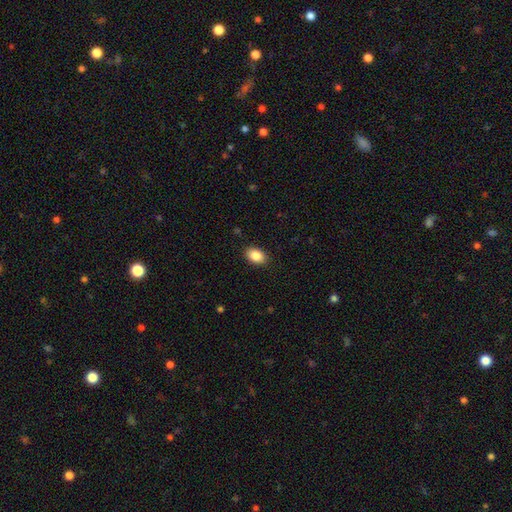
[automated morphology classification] This is clearly a smooth galaxy (88%). How rounded: clearly in between (85%). Merging: clearly none (89%).